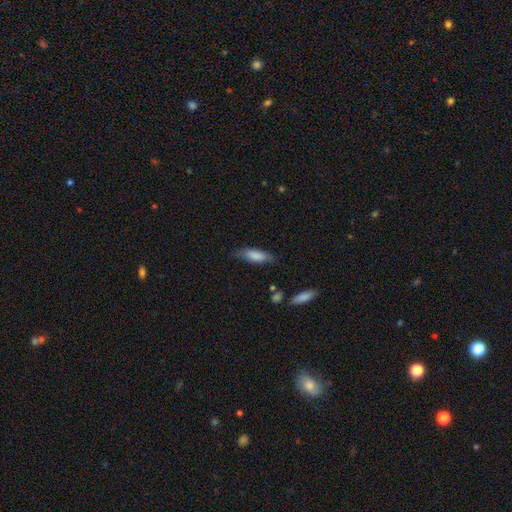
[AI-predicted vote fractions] Smooth or featured: smooth — 80% (featured or disk — 14%)
How rounded: in between — 55% (cigar-shaped — 44%)
Merging: none — 71% (minor disturbance — 22%)